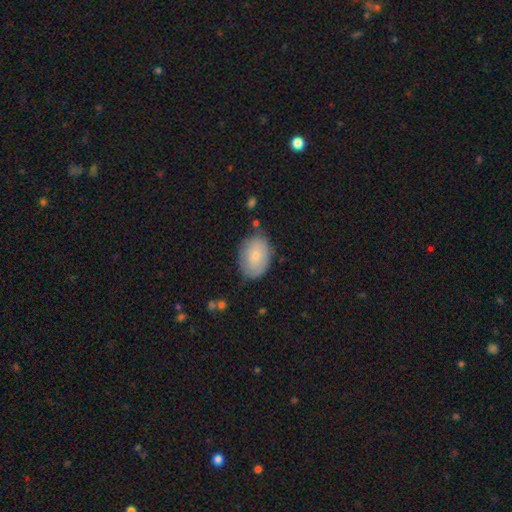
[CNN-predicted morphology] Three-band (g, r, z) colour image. It shows a smooth galaxy with no disk features (75%) that is in between round and cigar-shaped (80%). Merging: none (73%).